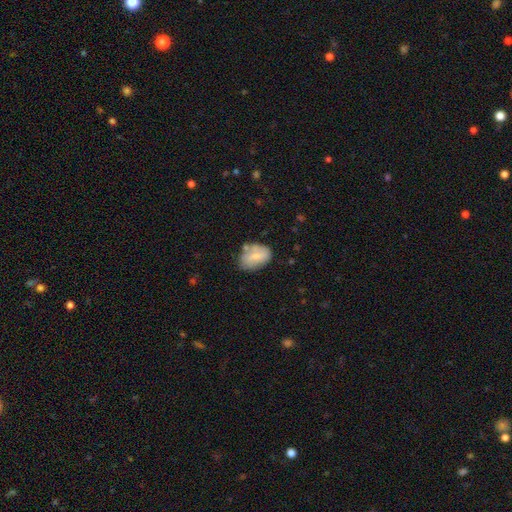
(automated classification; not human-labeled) Overall: smooth (70%). How rounded: in between (84%). Merging: none (61%; minor disturbance 23%).